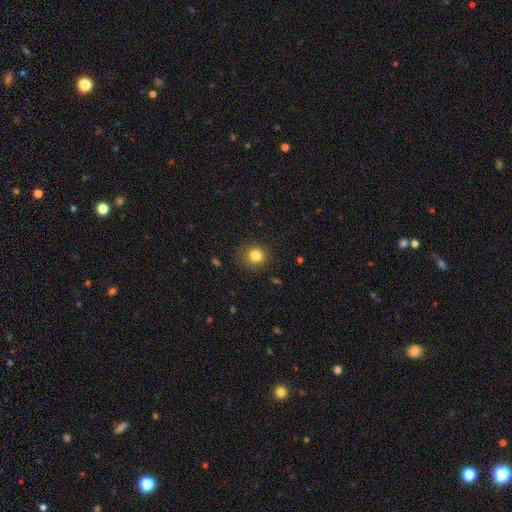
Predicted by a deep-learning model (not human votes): This appears to be a smooth galaxy with no disk features (83%) that is round (88%). Merging: none (84%).